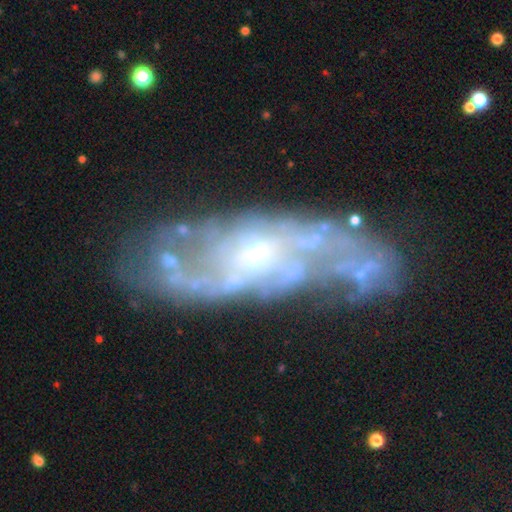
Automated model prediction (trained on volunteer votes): Smooth or featured? Predicted: featured or disk (p=0.84). Edge-on disk? Predicted: no (p=0.89). Bar? Predicted: no (p=0.63). Spiral arms? Predicted: yes (p=0.87). Spiral winding? Predicted: medium (p=0.42). Spiral arm count? Predicted: 2 (p=0.45). Bulge size? Predicted: small (p=0.60). Merging? Predicted: none (p=0.68).